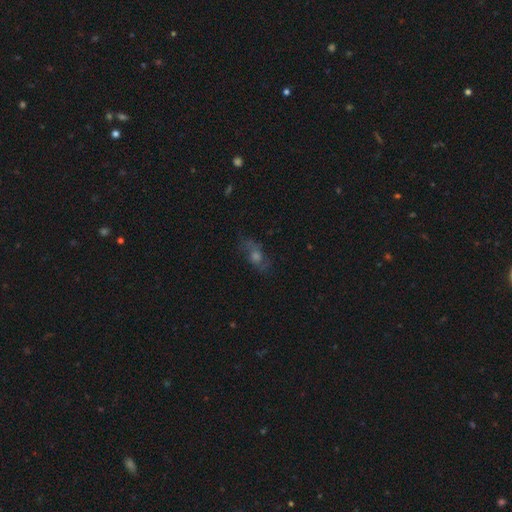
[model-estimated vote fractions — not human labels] The model was most divided on "smooth or featured": featured or disk: 54%, smooth: 25%, star or artifact: 21%. More confident: edge-on disk — no (82%); merging — none (72%).